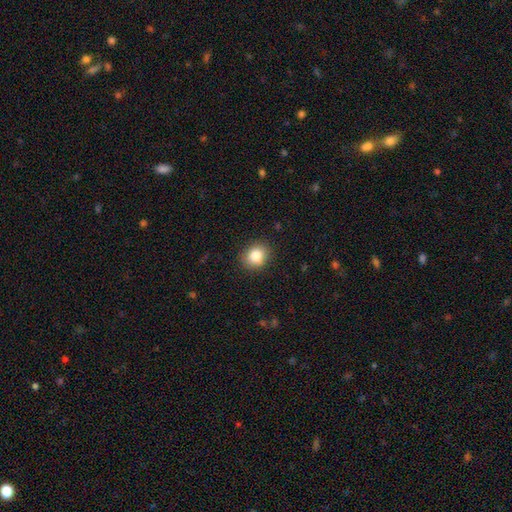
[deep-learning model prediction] Q: Smooth or featured?
A: smooth (84%); runner-up: star or artifact (10%)
Q: How rounded?
A: round (69%); runner-up: in between (30%)
Q: Merging?
A: none (88%); runner-up: minor disturbance (9%)